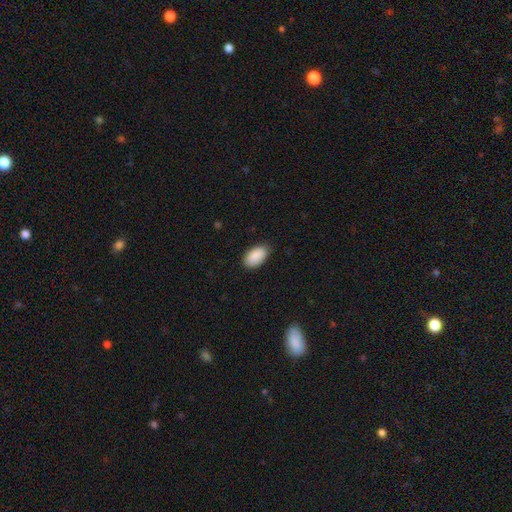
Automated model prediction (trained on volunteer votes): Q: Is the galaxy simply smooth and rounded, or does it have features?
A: smooth — 90%.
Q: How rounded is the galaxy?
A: in between — 95%.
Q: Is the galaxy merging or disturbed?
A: none — 82%.